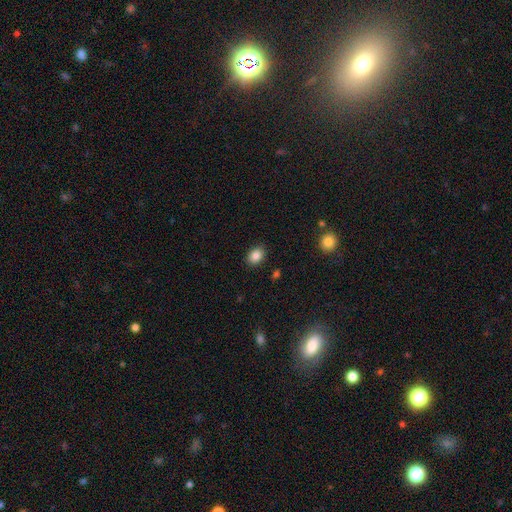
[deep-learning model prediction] Smooth or featured? Predicted: smooth (p=0.86). How rounded? Predicted: in between (p=0.72). Merging? Predicted: none (p=0.88).